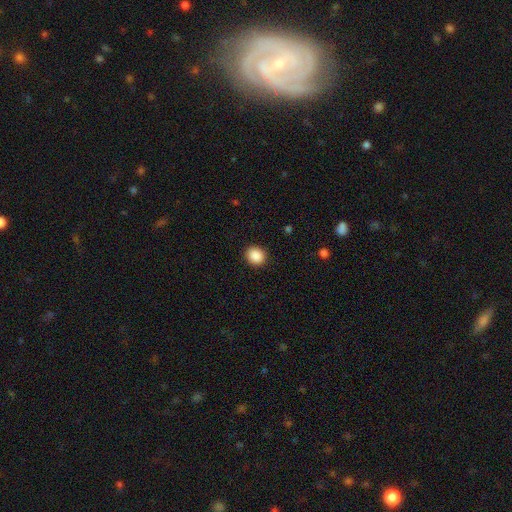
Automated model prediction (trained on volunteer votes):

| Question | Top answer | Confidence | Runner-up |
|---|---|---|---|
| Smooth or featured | smooth | 89% | star or artifact (8%) |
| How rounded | round | 77% | in between (22%) |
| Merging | none | 91% | minor disturbance (6%) |